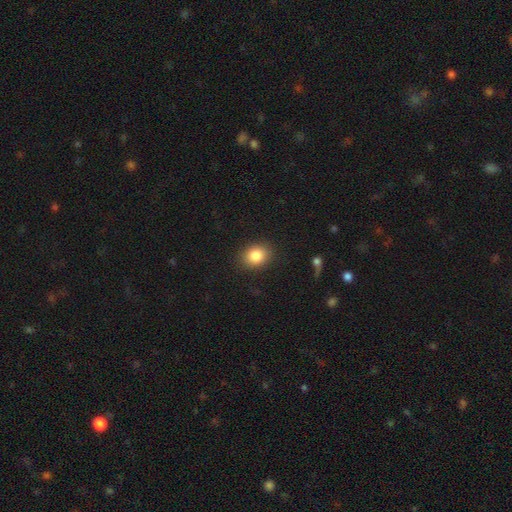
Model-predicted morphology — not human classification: A smooth galaxy with no disk features (85%) that is in between round and cigar-shaped (52%). Merging: none (87%).